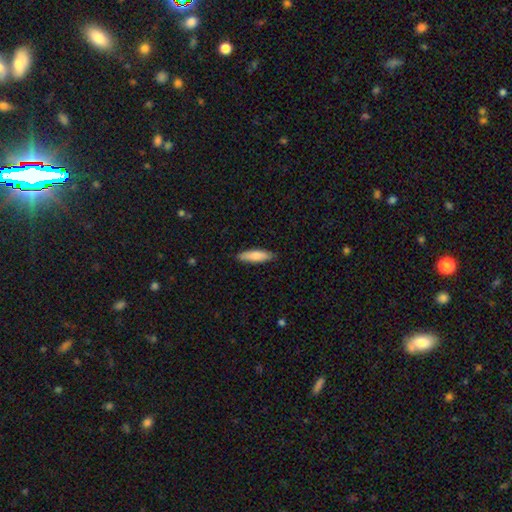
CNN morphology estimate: smooth-or-featured: smooth: 82% | featured or disk: 13% | star or artifact: 5%
  how-rounded: cigar-shaped: 59% | in between: 39% | round: 2%
  merging: none: 87% | minor disturbance: 10% | major disturbance: 2% | merger: 1%